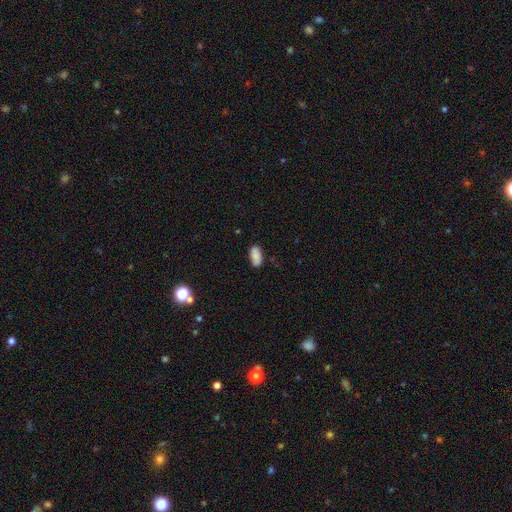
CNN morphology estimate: The model was most divided on "merging": none: 76%, minor disturbance: 18%, major disturbance: 3%, merger: 3%. More confident: how rounded — in between (92%); smooth or featured — smooth (81%).